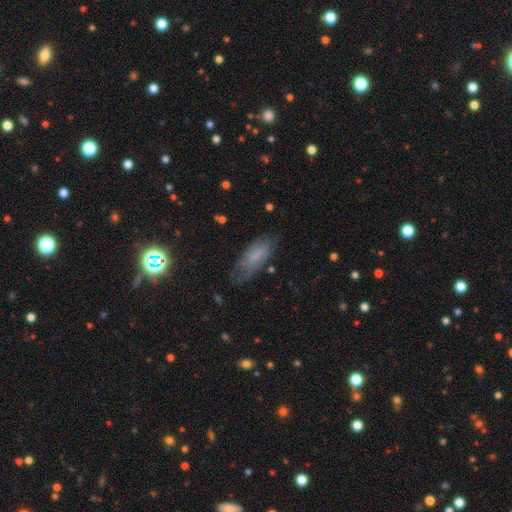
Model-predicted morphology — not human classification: Overall: smooth (62%; featured or disk 28%). How rounded: in between (77%). Merging: none (60%; minor disturbance 27%).